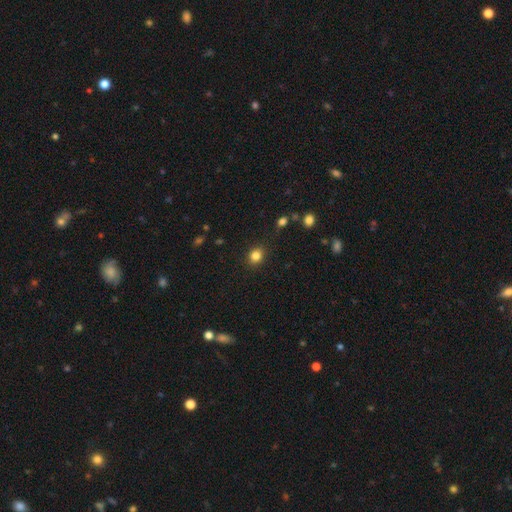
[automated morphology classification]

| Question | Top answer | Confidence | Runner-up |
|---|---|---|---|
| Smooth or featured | smooth | 83% | star or artifact (12%) |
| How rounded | round | 75% | in between (25%) |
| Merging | none | 88% | minor disturbance (8%) |